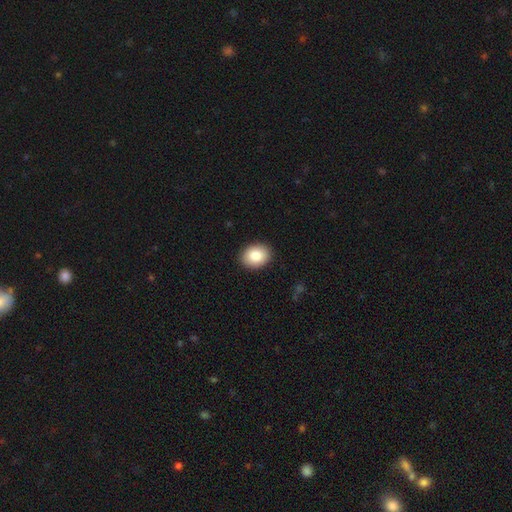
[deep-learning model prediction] Smooth or featured: smooth — 86% (star or artifact — 7%)
How rounded: in between — 65% (round — 34%)
Merging: none — 90% (minor disturbance — 7%)